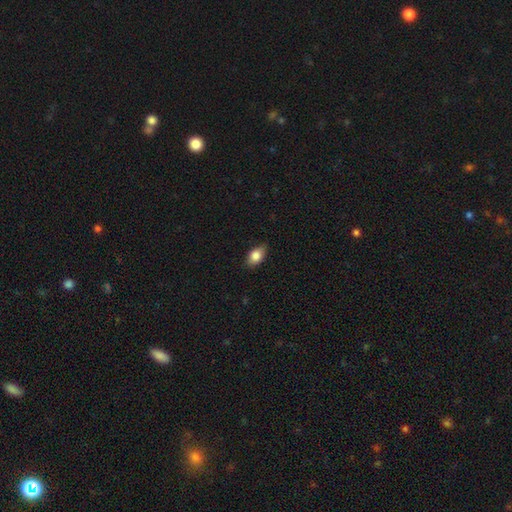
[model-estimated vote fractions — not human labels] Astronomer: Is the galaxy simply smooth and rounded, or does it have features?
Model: smooth — 80%.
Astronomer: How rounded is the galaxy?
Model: in between — 85%.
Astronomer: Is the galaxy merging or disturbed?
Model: none — 79%.